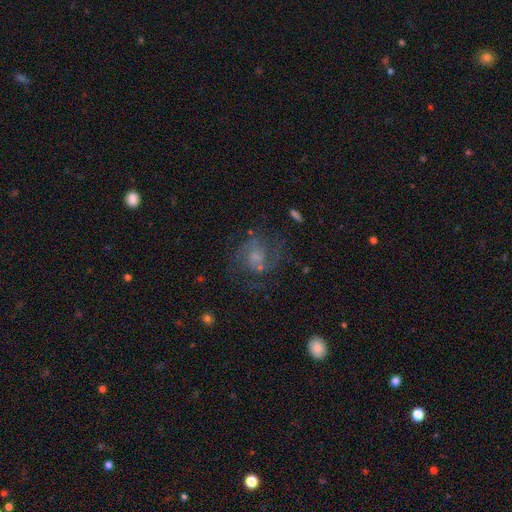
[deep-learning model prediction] A featured or disk galaxy (66%) with no bar (62%), 2 (66%) medium (52%) spiral arms (84%) and a small central bulge (36%).

Vote fractions:
- Smooth or featured? featured or disk: 66% / smooth: 21% / star or artifact: 13%
- Edge-on disk? no: 98% / yes: 2%
- Bar? no: 62% / weak: 33% / strong: 5%
- Spiral arms? yes: 84% / no: 16%
- Spiral winding? medium: 52% / tight: 25% / loose: 23%
- Spiral arm count? 2: 66% / can't tell: 18% / 3: 6% / 1: 5% / 4: 3% / more than 4: 3%
- Bulge size? small: 36% / moderate: 33% / none: 21% / large: 8% / dominant: 2%
- Merging? none: 59% / major disturbance: 18% / minor disturbance: 18% / merger: 5%